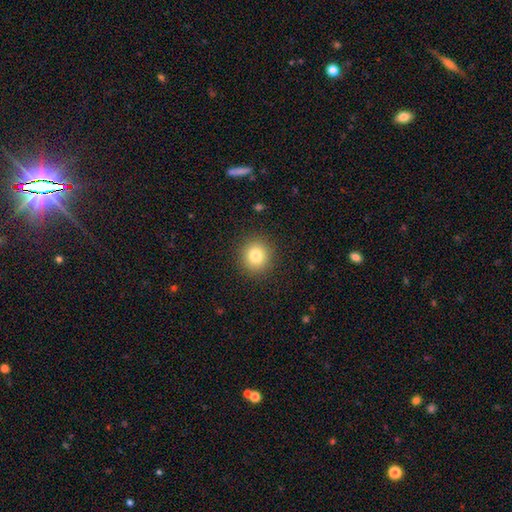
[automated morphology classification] A smooth galaxy with no disk features (81%) that is round (91%).

Vote fractions:
- Smooth or featured? smooth: 81% / star or artifact: 11% / featured or disk: 7%
- How rounded? round: 91% / in between: 8% / cigar-shaped: 1%
- Merging? none: 90% / minor disturbance: 6% / major disturbance: 2% / merger: 1%